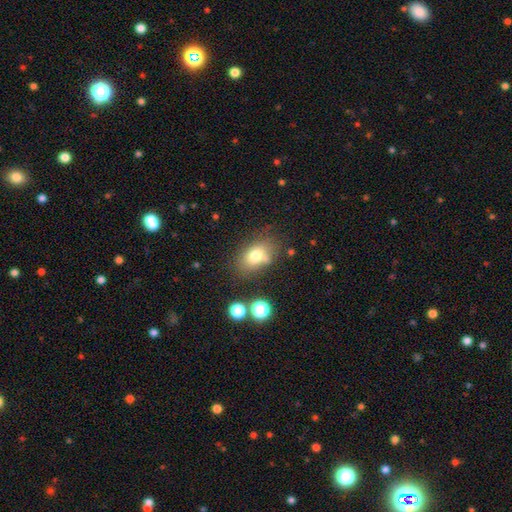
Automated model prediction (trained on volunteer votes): smooth 74%, featured or disk 14%, star or artifact 11%. Down the decision tree: how rounded — in between (80%); merging — none (66%).